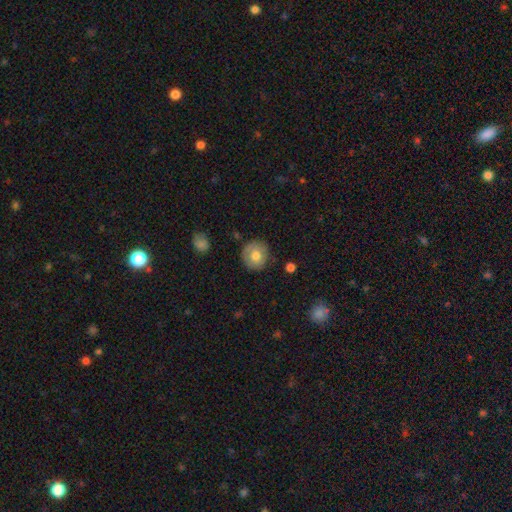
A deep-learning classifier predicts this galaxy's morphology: This is likely a smooth galaxy (71%). How rounded: clearly round (88%). Merging: likely none (80%).